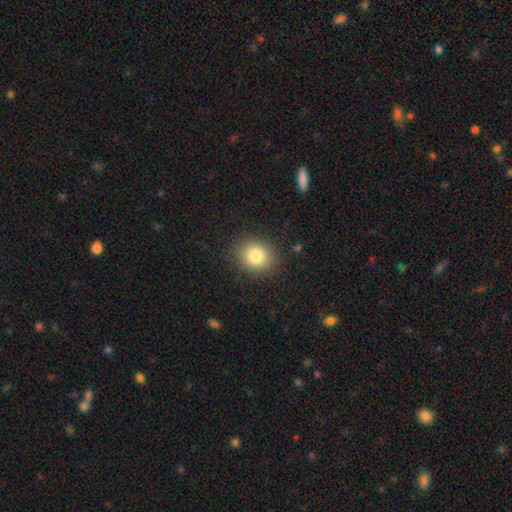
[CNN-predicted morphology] This is clearly a smooth galaxy (82%). How rounded: likely round (71%). Merging: clearly none (88%).